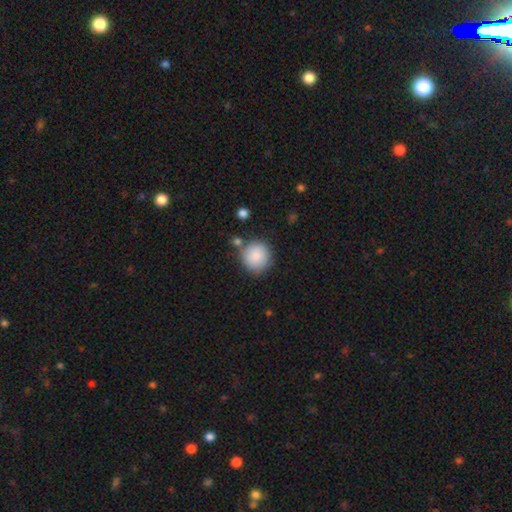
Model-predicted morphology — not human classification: Smooth or featured? Predicted: smooth (p=0.88). How rounded? Predicted: round (p=0.92). Merging? Predicted: none (p=0.77).